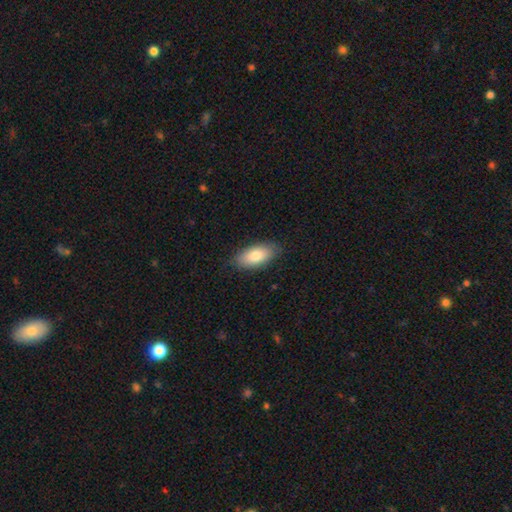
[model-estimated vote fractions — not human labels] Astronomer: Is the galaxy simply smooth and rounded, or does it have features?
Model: smooth — 79%.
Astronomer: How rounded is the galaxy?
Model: in between — 90%.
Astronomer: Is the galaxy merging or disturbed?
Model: none — 84%.